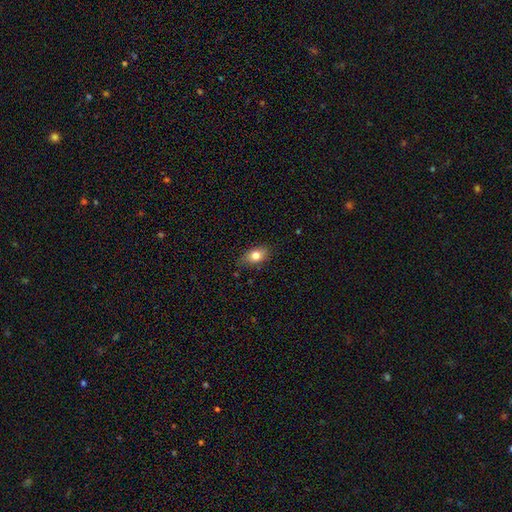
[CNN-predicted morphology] Smooth or featured? smooth (79%)
How rounded? in between (81%)
Merging? none (76%)